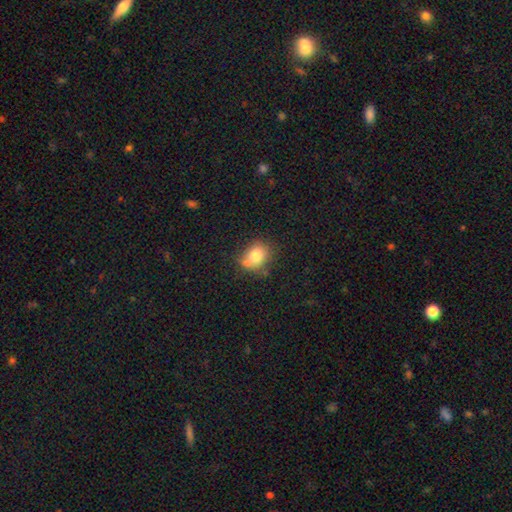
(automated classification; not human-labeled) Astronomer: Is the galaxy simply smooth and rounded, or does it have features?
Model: smooth — 76%.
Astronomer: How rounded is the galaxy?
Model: round — 63%.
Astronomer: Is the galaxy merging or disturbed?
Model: none — 54%.